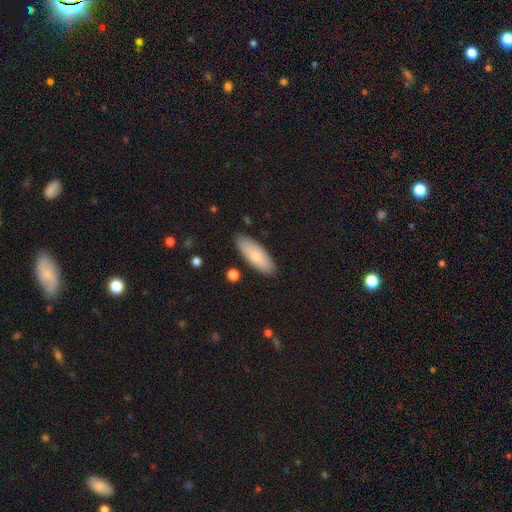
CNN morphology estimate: This appears to be a smooth galaxy with no disk features (76%) that is in between round and cigar-shaped (67%). Merging: none (87%).